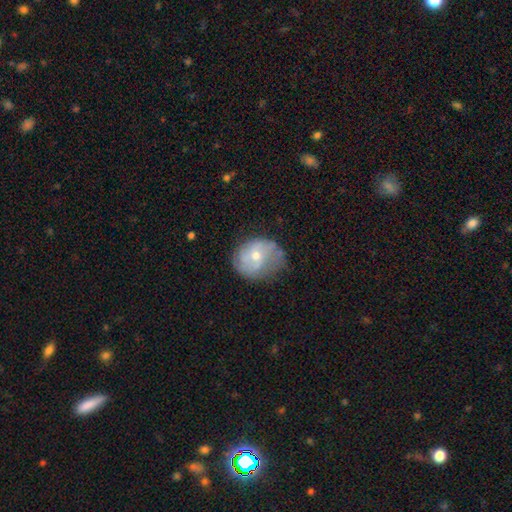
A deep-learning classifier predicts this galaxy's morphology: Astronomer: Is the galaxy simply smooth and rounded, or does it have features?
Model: featured or disk — 58% (runner-up: smooth, 34%).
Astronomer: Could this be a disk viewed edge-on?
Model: no — 97%.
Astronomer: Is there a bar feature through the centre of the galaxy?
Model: no — 68%.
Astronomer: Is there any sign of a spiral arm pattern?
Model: yes — 74%.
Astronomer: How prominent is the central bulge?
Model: moderate — 51% (runner-up: small, 46%).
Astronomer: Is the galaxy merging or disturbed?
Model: none — 53% (runner-up: minor disturbance, 31%).